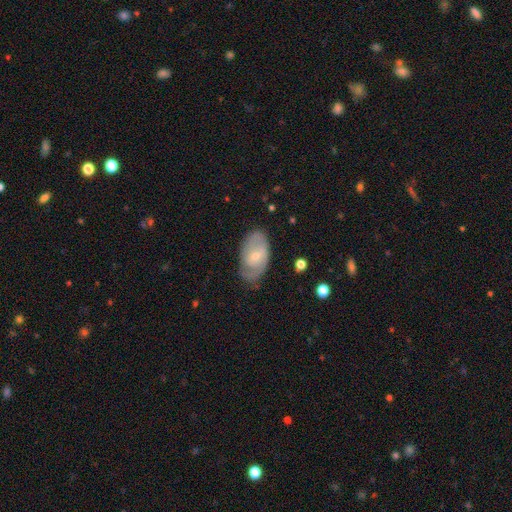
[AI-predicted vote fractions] Overall: featured or disk (56%; smooth 38%). Edge-on disk: no (94%). Bar: no (58%; weak 35%). Spiral arms: yes (71%). Bulge size: small (65%; moderate 31%). Merging: none (65%).